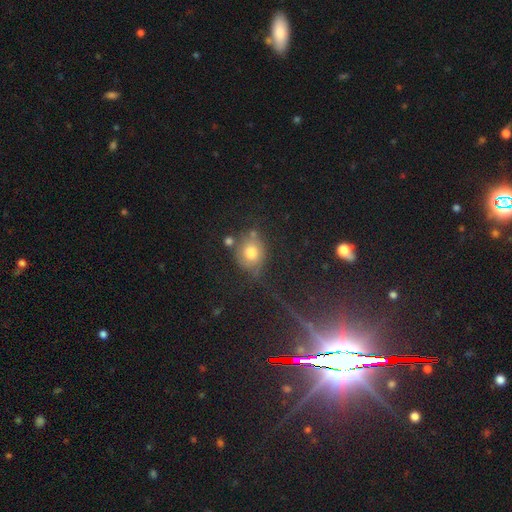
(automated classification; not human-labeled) Overall: smooth (57%; star or artifact 25%). How rounded: round (61%; in between 38%). Merging: none (66%).